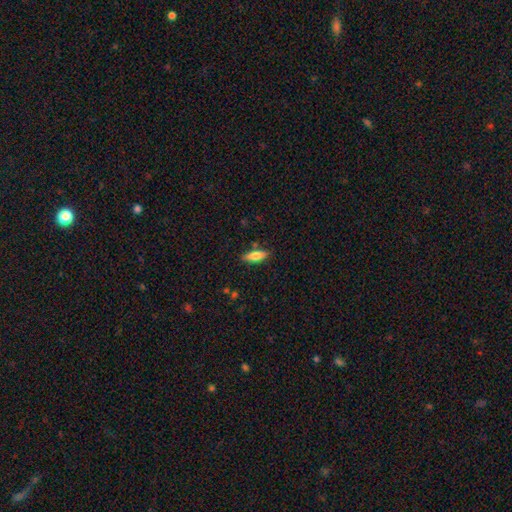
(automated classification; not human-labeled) Q: Smooth or featured?
A: smooth (75%); runner-up: featured or disk (18%)
Q: How rounded?
A: in between (62%); runner-up: cigar-shaped (36%)
Q: Merging?
A: none (80%); runner-up: minor disturbance (13%)